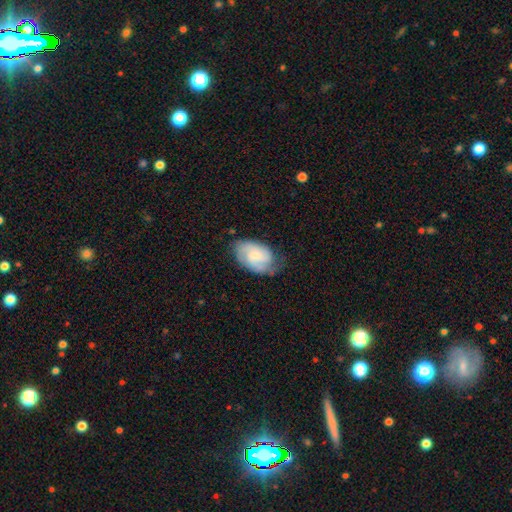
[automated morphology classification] A featured or disk galaxy (51%). Merging: none (60%).